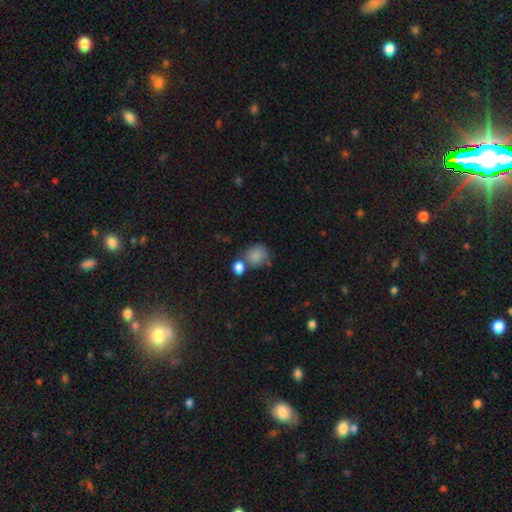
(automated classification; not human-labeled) Q: Smooth or featured?
A: smooth (84%); runner-up: star or artifact (9%)
Q: How rounded?
A: round (77%); runner-up: in between (22%)
Q: Merging?
A: none (52%); runner-up: merger (28%)